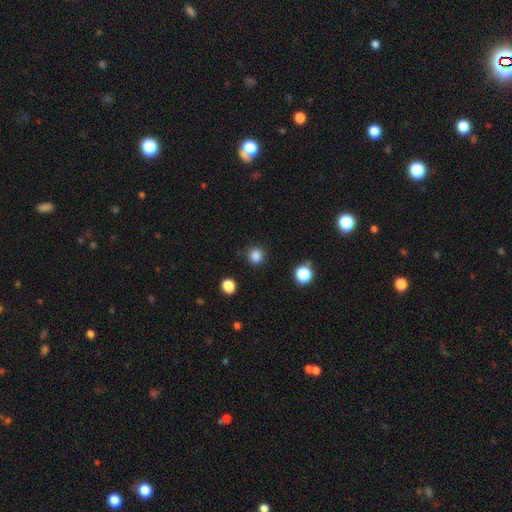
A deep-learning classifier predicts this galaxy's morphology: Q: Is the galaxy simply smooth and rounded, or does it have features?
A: smooth — 85%.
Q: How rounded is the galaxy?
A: round — 91%.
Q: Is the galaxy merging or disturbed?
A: none — 89%.